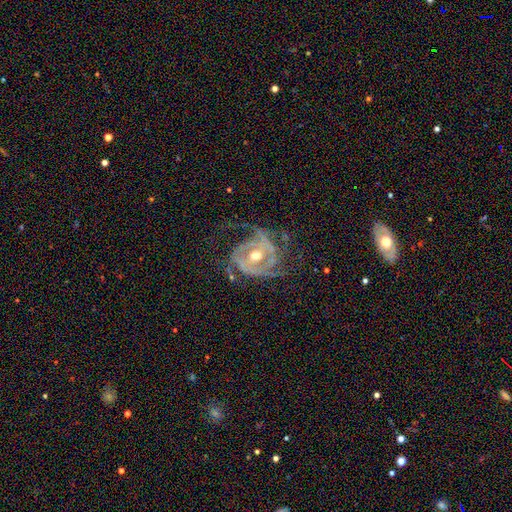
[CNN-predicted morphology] The model was most divided on "spiral arm count": 2: 33%, 3: 25%, can't tell: 21%, 4: 8%, 1: 7%, more than 4: 6%. Remaining: edge-on disk — no (97%); spiral arms — yes (92%); smooth or featured — featured or disk (89%); bulge size — moderate (79%); merging — none (53%); bar — no (51%); spiral winding — tight (49%).